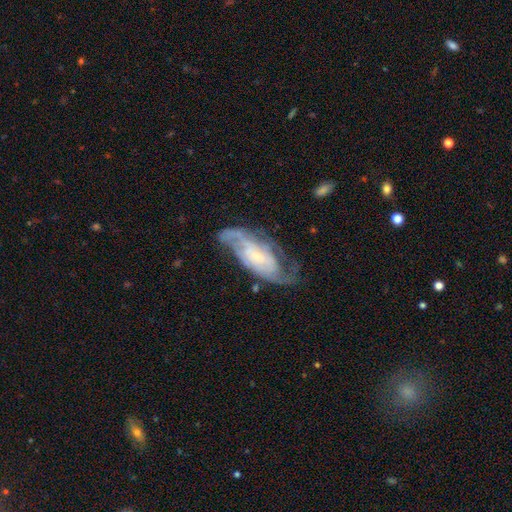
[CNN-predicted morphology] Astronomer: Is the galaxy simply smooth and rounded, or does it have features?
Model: featured or disk — 81%.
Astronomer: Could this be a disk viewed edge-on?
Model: no — 92%.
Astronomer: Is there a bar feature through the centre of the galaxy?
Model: no — 55% (runner-up: weak, 33%).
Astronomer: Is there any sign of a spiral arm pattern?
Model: yes — 93%.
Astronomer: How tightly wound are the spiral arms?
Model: medium — 44% (runner-up: tight, 36%).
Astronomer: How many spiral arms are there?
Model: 2 — 62%.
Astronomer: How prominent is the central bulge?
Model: small — 62%.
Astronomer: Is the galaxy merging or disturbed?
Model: none — 59%.